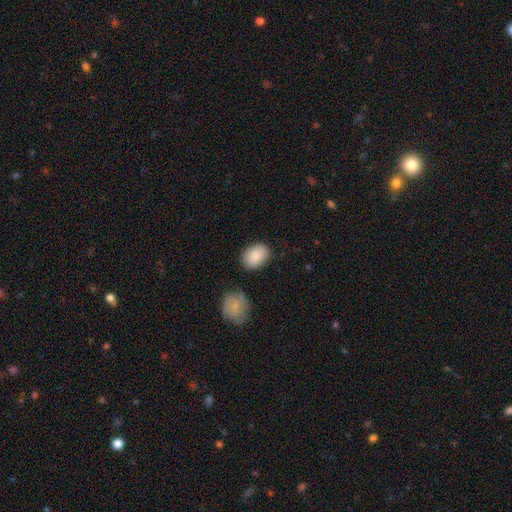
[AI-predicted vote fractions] The model was most divided on "how rounded": in between: 73%, round: 26%, cigar-shaped: 1%. More confident: smooth or featured — smooth (86%); merging — none (78%).